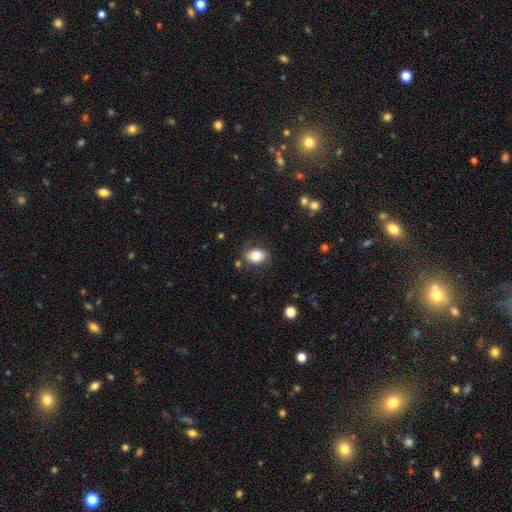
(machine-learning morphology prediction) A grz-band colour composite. It shows a smooth galaxy with no disk features (79%) that is in between round and cigar-shaped (69%). Merging: none (75%).